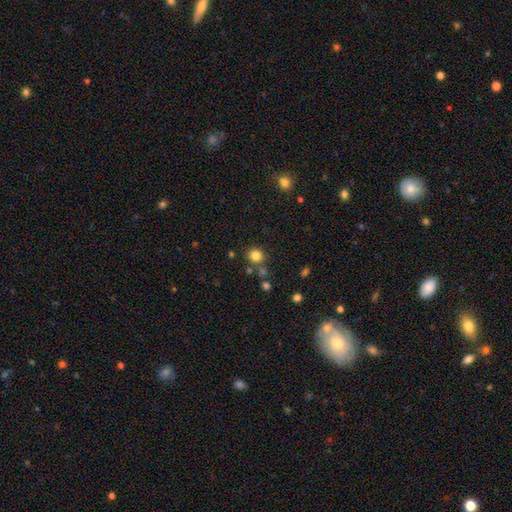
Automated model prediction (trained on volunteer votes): smooth-or-featured: smooth: 81% | star or artifact: 13% | featured or disk: 5%
  how-rounded: round: 90% | in between: 9% | cigar-shaped: 1%
  merging: none: 78% | merger: 10% | minor disturbance: 9% | major disturbance: 3%